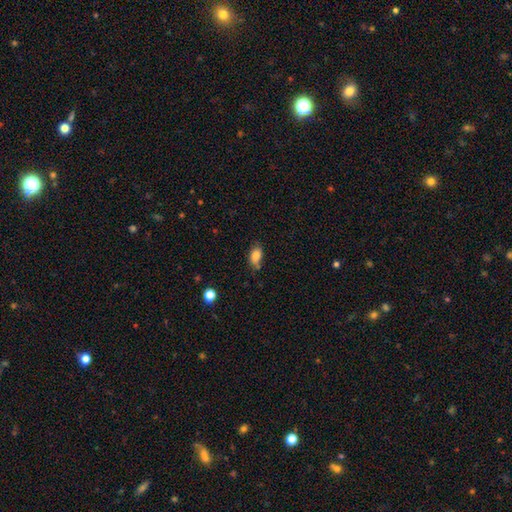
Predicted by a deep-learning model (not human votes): This is clearly a smooth galaxy (83%). How rounded: clearly in between (87%). Merging: likely none (65%).